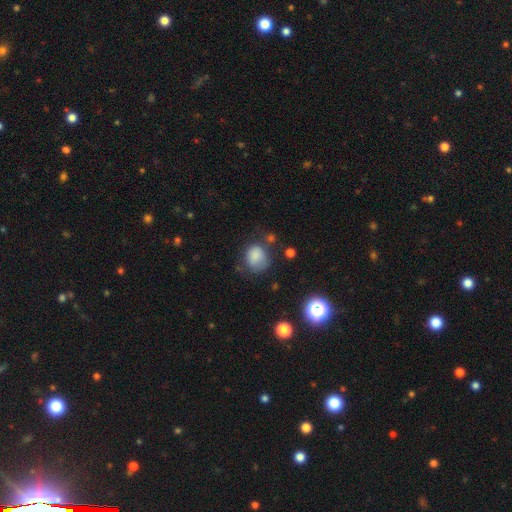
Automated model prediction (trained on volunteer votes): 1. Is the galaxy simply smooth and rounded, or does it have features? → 80% smooth, 11% star or artifact, 9% featured or disk.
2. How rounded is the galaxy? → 62% round, 37% in between, 1% cigar-shaped.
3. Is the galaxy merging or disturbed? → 50% none, 28% minor disturbance, 16% major disturbance, 5% merger.